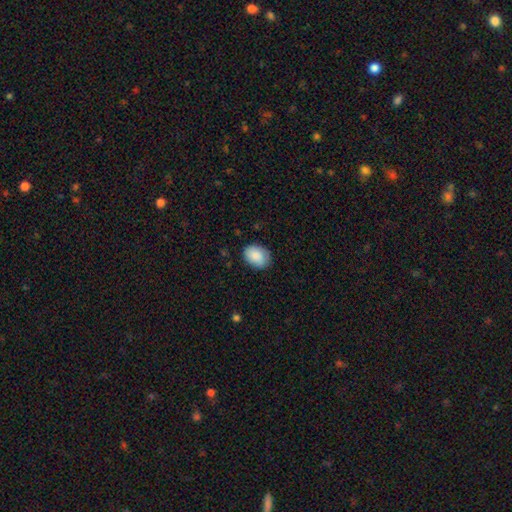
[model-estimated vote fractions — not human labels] Smooth or featured: smooth — 88% (star or artifact — 7%)
How rounded: in between — 70% (round — 29%)
Merging: none — 82% (minor disturbance — 14%)